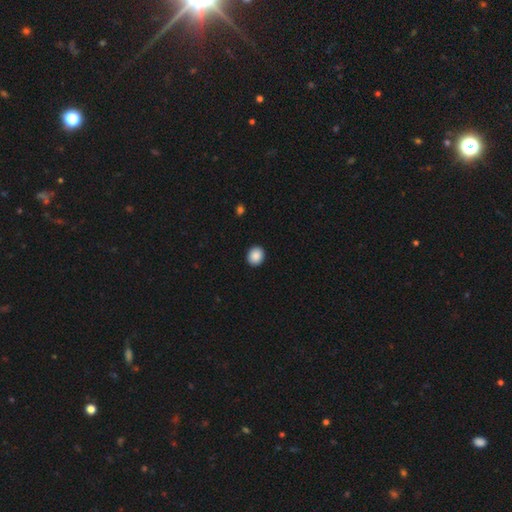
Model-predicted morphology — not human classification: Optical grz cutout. It shows a smooth galaxy with no disk features (89%) that is round (72%). Merging: none (92%).